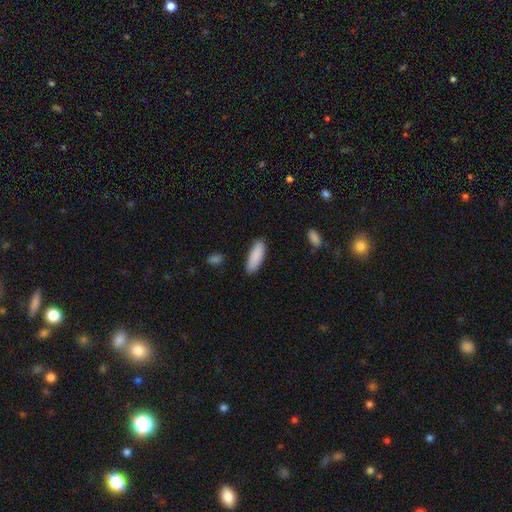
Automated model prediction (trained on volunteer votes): A smooth galaxy with no disk features (89%) that is in between round and cigar-shaped (61%). Merging: none (86%).